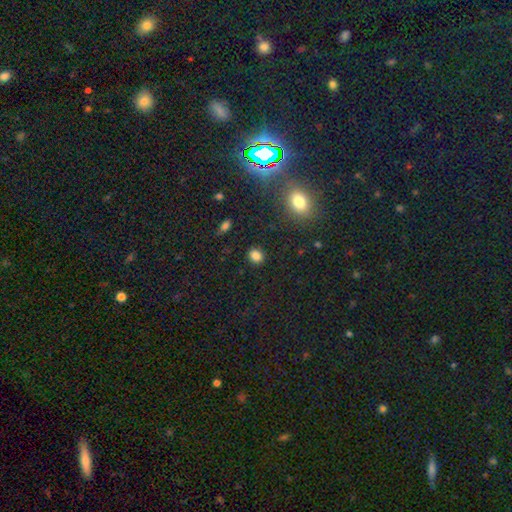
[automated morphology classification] This appears to be a smooth galaxy with no disk features (84%) that is round (58%). Merging: none (88%).